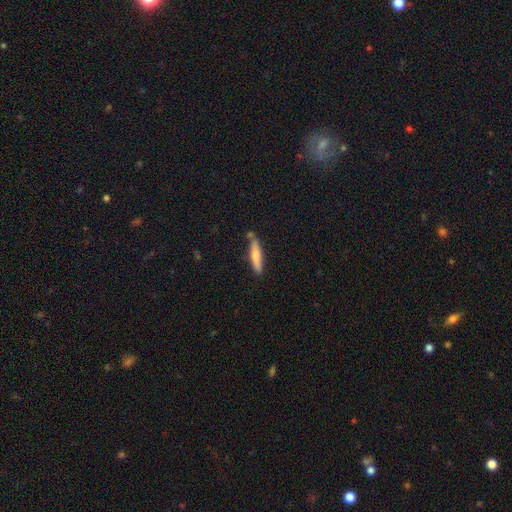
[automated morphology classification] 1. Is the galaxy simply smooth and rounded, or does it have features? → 65% smooth, 29% featured or disk, 6% star or artifact.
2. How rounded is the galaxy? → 85% cigar-shaped, 13% in between, 1% round.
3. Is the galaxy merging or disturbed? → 72% none, 17% minor disturbance, 7% merger, 3% major disturbance.